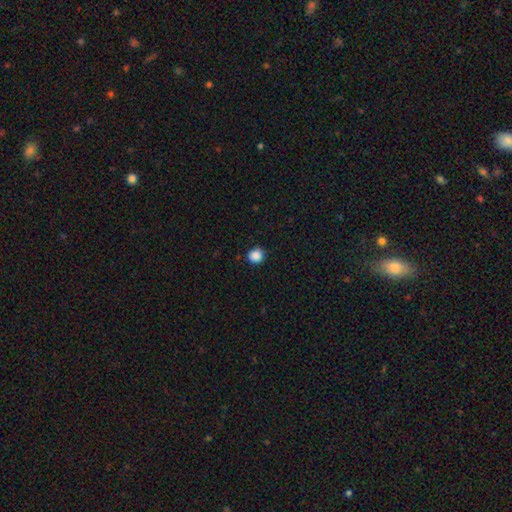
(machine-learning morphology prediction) The model was most divided on "smooth or featured": smooth: 88%, star or artifact: 10%, featured or disk: 2%. More confident: how rounded — round (92%); merging — none (90%).